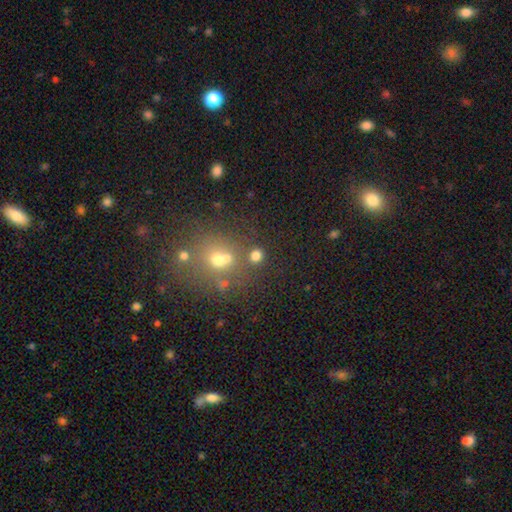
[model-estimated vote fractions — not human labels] Smooth or featured? smooth (72%)
How rounded? round (84%)
Merging? none (68%)